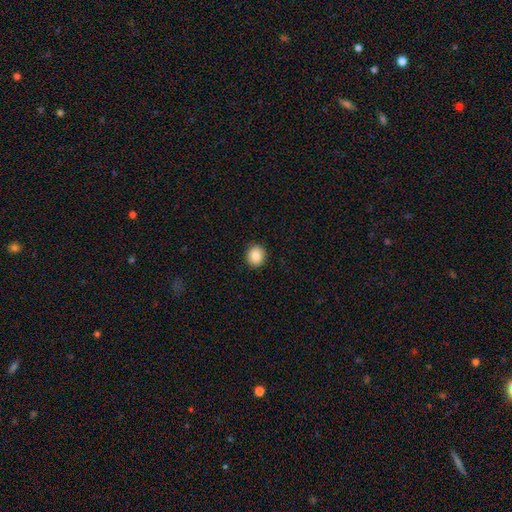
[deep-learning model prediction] Overall: smooth (88%). How rounded: round (84%). Merging: none (92%).